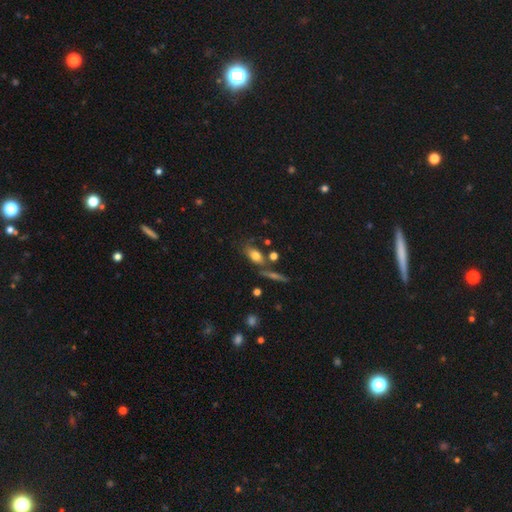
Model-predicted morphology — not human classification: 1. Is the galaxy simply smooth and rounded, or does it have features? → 73% smooth, 18% featured or disk, 9% star or artifact.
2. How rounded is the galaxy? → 81% in between, 10% cigar-shaped, 9% round.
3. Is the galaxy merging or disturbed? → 60% none, 17% merger, 16% minor disturbance, 6% major disturbance.